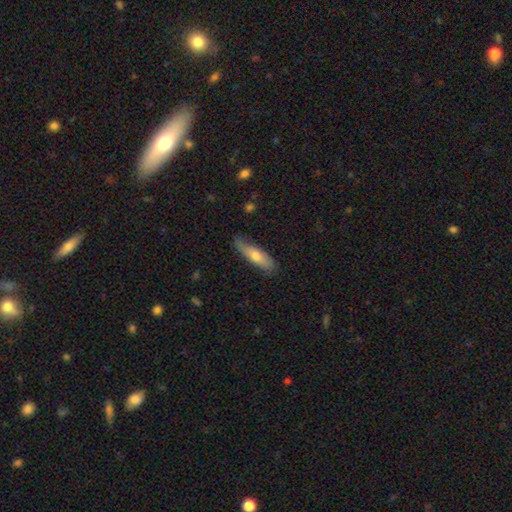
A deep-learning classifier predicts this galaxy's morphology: Q: Smooth or featured?
A: smooth (61%); runner-up: featured or disk (33%)
Q: How rounded?
A: cigar-shaped (66%); runner-up: in between (32%)
Q: Merging?
A: none (77%); runner-up: minor disturbance (18%)